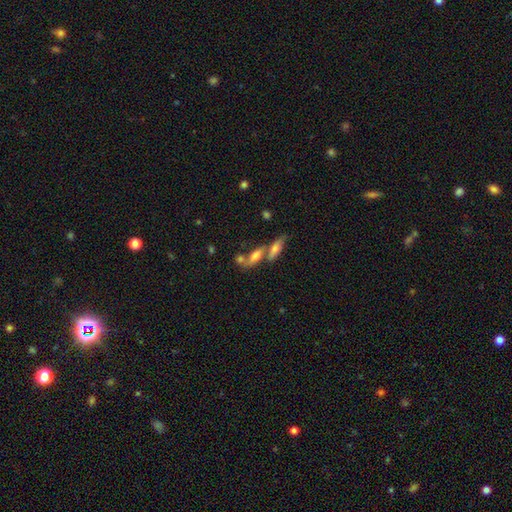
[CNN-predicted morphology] smooth 55%, featured or disk 32%, star or artifact 13%. Down the decision tree: how rounded — in between (59%); merging — merger (51%).